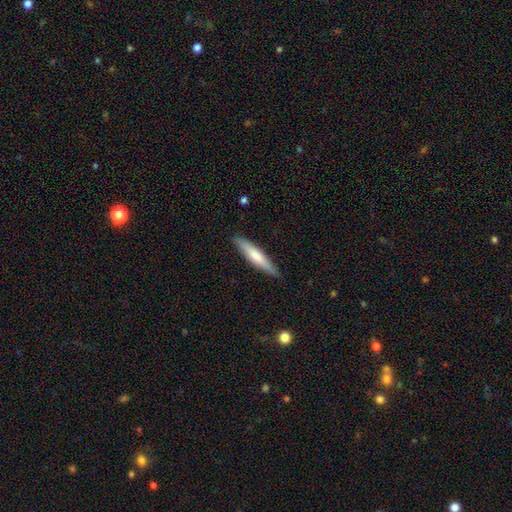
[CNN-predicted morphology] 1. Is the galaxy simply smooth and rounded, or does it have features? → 65% smooth, 30% featured or disk, 5% star or artifact.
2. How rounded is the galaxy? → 86% cigar-shaped, 13% in between, 1% round.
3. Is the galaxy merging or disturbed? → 87% none, 10% minor disturbance, 2% major disturbance, 1% merger.